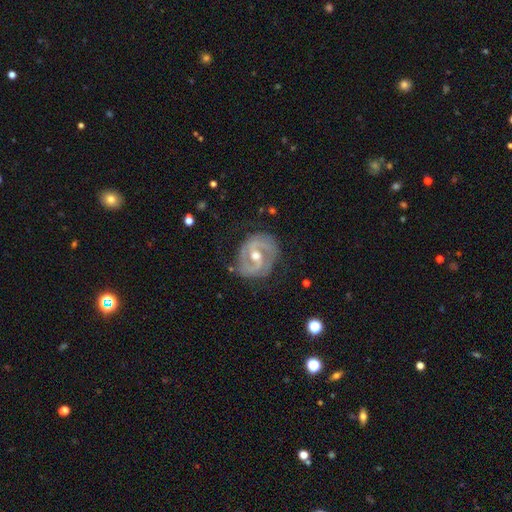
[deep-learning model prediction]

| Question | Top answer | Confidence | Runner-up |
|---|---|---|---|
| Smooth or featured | featured or disk | 87% | smooth (8%) |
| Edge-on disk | no | 97% | yes (3%) |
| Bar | weak | 47% | strong (31%) |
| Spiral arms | yes | 92% | no (8%) |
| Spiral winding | tight | 45% | medium (43%) |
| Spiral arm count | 2 | 85% | can't tell (6%) |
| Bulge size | moderate | 75% | small (18%) |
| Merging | none | 76% | minor disturbance (17%) |